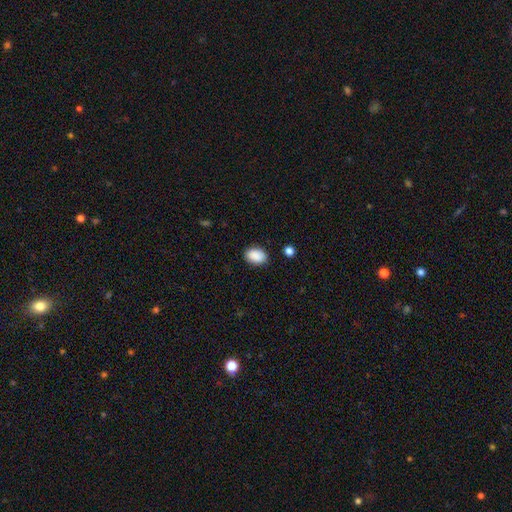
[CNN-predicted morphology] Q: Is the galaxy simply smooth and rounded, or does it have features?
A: smooth — 90%.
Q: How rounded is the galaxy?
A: in between — 82%.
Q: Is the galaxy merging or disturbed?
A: none — 86%.